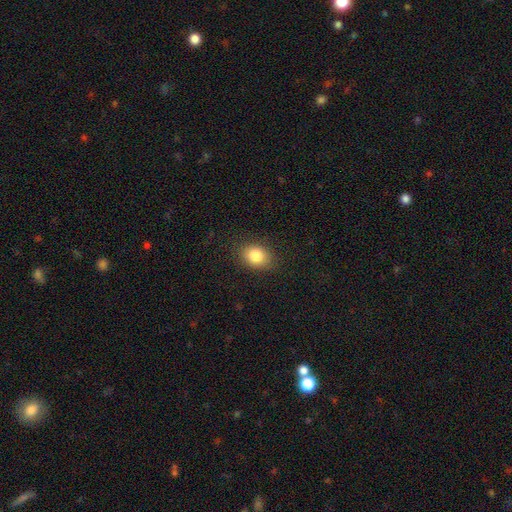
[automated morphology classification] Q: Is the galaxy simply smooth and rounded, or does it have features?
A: smooth — 84%.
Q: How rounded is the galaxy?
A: in between — 63%.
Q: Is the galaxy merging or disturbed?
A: none — 86%.